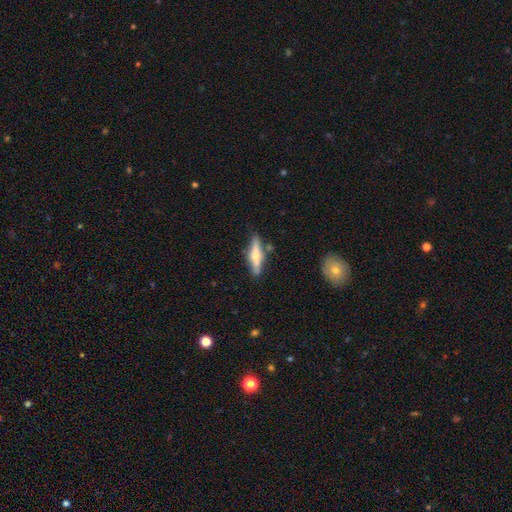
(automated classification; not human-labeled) Morphology: type=featured or disk (51%); edge-on=yes (93%); merging=none (78%).